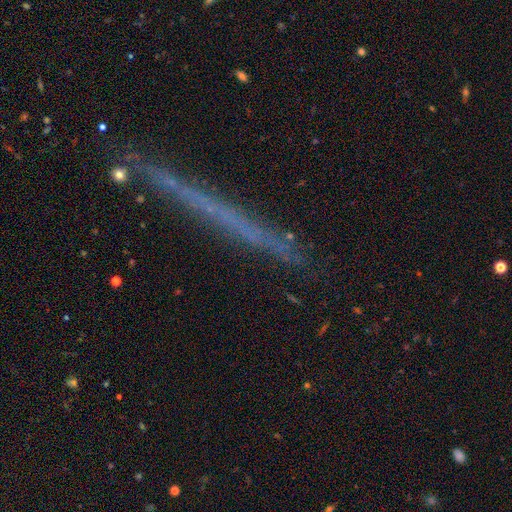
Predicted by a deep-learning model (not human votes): This appears to be a featured or disk galaxy (48%). Merging: none (85%).